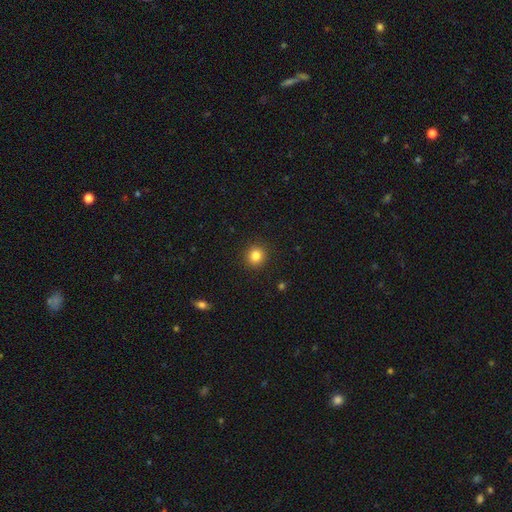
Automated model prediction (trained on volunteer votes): A smooth galaxy with no disk features (83%) that is round (90%). Merging: none (92%).